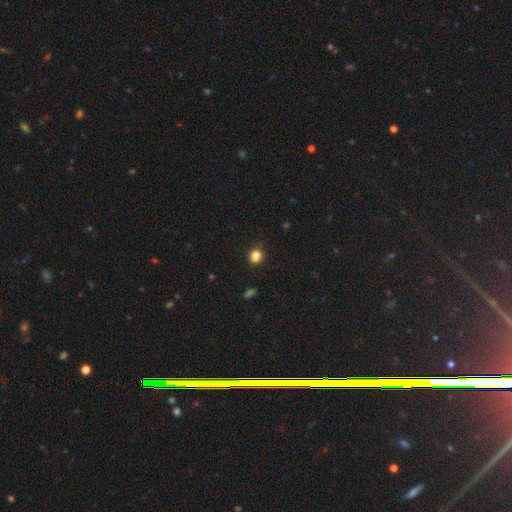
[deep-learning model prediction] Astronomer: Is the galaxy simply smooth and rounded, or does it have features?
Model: smooth — 84%.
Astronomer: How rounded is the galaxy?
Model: round — 77%.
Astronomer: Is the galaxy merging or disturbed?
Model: none — 86%.